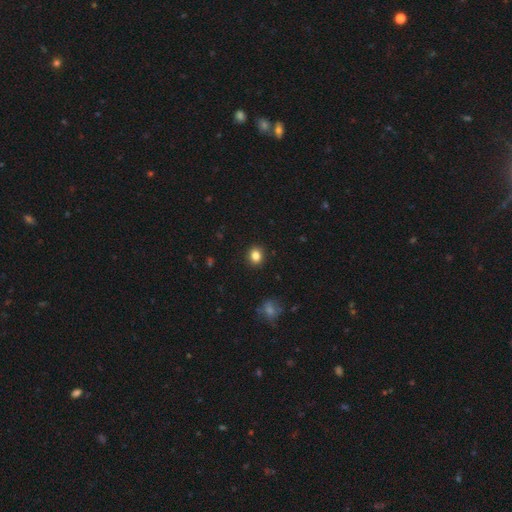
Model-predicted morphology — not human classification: Smooth or featured? smooth (84%)
How rounded? round (77%)
Merging? none (91%)